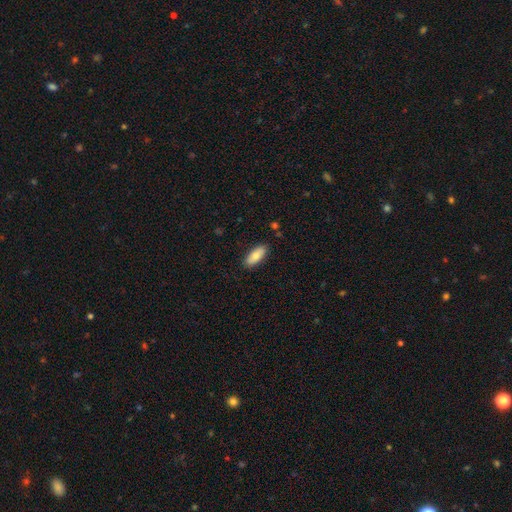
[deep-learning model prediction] Q: Smooth or featured?
A: smooth (81%); runner-up: featured or disk (13%)
Q: How rounded?
A: in between (82%); runner-up: cigar-shaped (16%)
Q: Merging?
A: none (87%); runner-up: minor disturbance (10%)